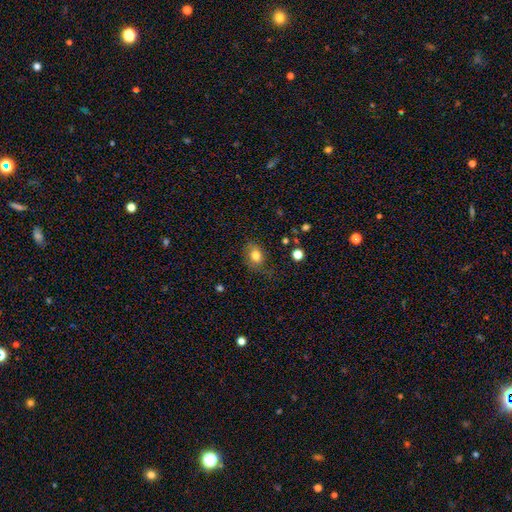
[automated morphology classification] Smooth or featured? Predicted: smooth (p=0.79). How rounded? Predicted: in between (p=0.67). Merging? Predicted: none (p=0.67).